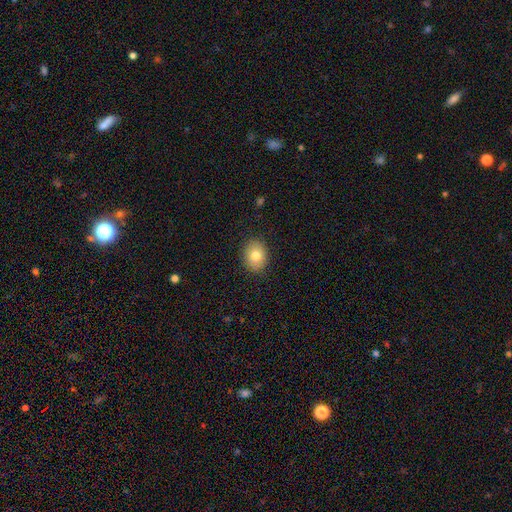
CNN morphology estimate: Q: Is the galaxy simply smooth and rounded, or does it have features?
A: smooth — 78%.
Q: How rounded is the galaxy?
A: round — 53%.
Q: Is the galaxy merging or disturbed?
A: none — 87%.